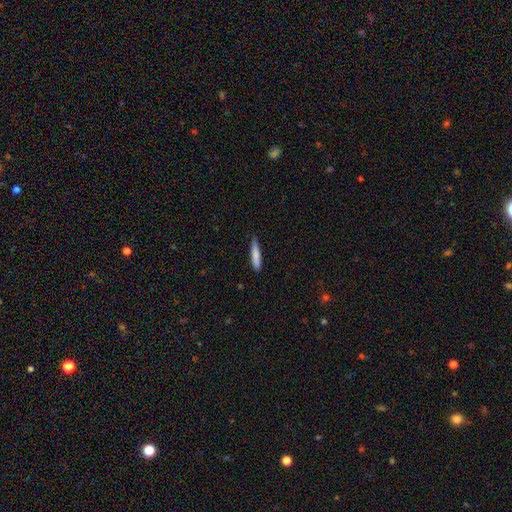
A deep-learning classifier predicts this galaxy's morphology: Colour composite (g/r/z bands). It shows a smooth galaxy with no disk features (81%) that is cigar-shaped (88%). Merging: none (80%).